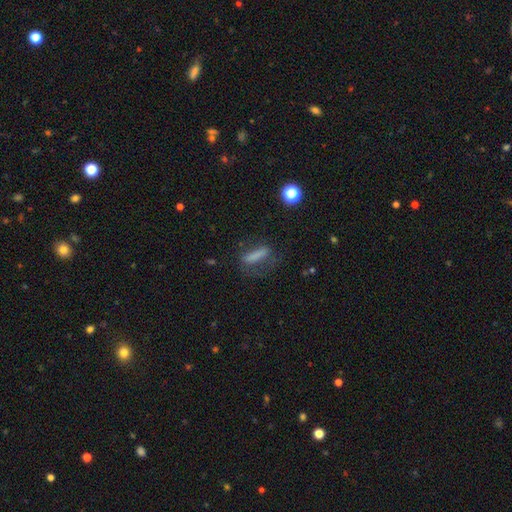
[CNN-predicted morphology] Smooth or featured?
  - smooth: 69% *
  - featured or disk: 18%
  - star or artifact: 13%
How rounded?
  - cigar-shaped: 67% *
  - in between: 28%
  - round: 5%
Merging?
  - none: 55% *
  - minor disturbance: 21%
  - major disturbance: 21%
  - merger: 3%